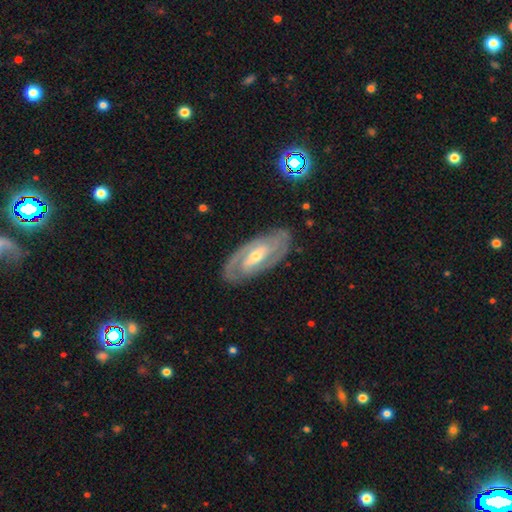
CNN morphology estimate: A featured or disk galaxy (88%) with a weak bar (39%), 2 (78%) tight (62%) spiral arms (97%) and a small central bulge (54%).

Vote fractions:
- Smooth or featured? featured or disk: 88% / smooth: 7% / star or artifact: 5%
- Edge-on disk? no: 94% / yes: 6%
- Bar? weak: 39% / strong: 33% / no: 28%
- Spiral arms? yes: 97% / no: 3%
- Spiral winding? tight: 62% / medium: 32% / loose: 6%
- Spiral arm count? 2: 78% / can't tell: 8% / 3: 8% / 4: 2% / 1: 2% / more than 4: 2%
- Bulge size? small: 54% / moderate: 43% / large: 2% / none: 1% / dominant: 1%
- Merging? none: 84% / minor disturbance: 12% / major disturbance: 3% / merger: 1%